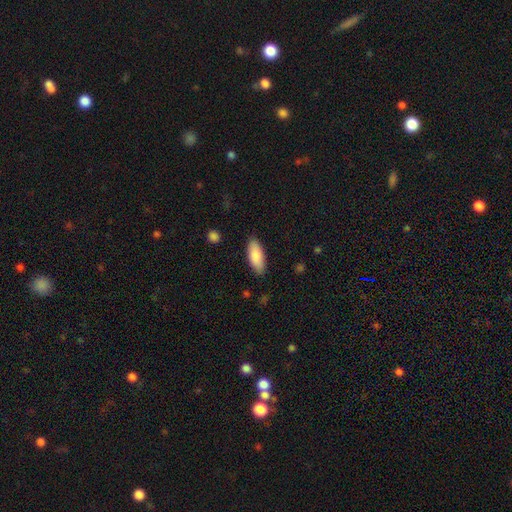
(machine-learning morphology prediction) smooth_or_featured: smooth (p=0.86) [alt: featured or disk p=0.08]
how_rounded: in between (p=0.79) [alt: cigar-shaped p=0.19]
merging: none (p=0.87) [alt: minor disturbance p=0.10]